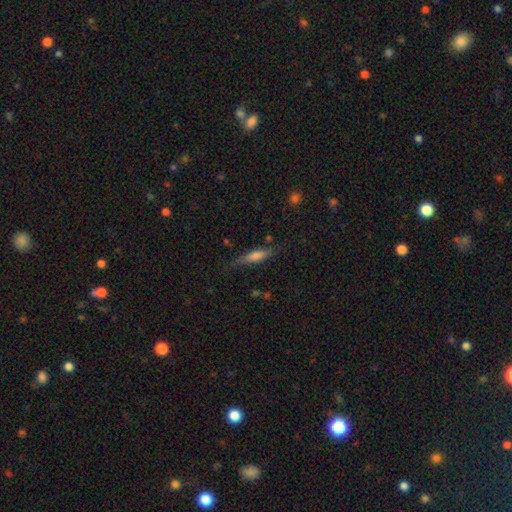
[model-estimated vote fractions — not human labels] This appears to be a smooth galaxy with no disk features (51%) that is cigar-shaped (76%). Merging: none (75%).